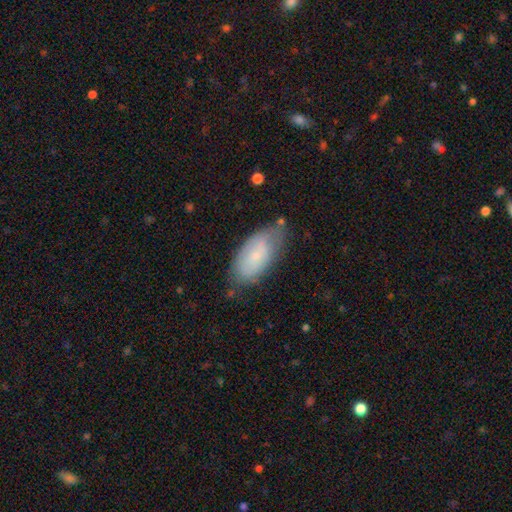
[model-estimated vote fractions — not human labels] A smooth galaxy with no disk features (62%) that is in between round and cigar-shaped (91%). Merging: none (63%).